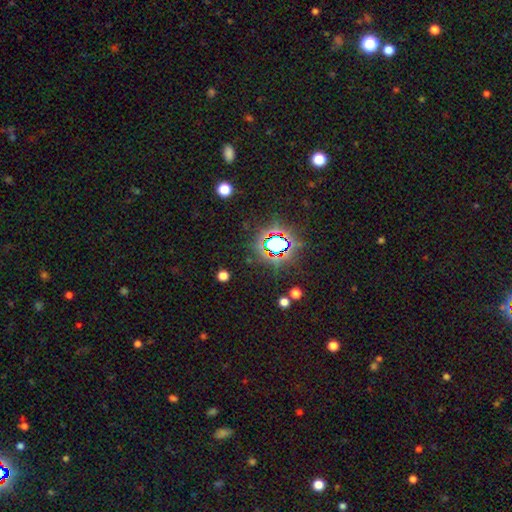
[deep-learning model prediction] Morphology: type=star or artifact (79%).